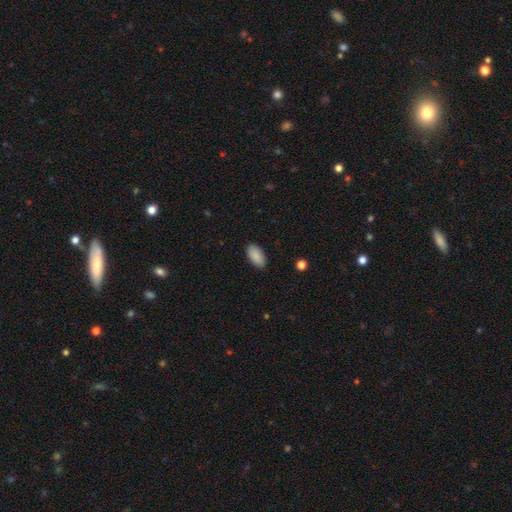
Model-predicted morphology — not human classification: Smooth or featured? smooth (90%)
How rounded? in between (94%)
Merging? none (86%)